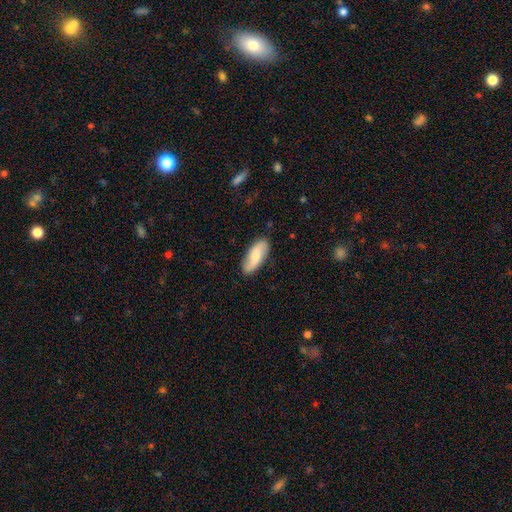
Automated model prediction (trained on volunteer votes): Overall: smooth (51%; featured or disk 43%). How rounded: in between (77%). Merging: none (84%).